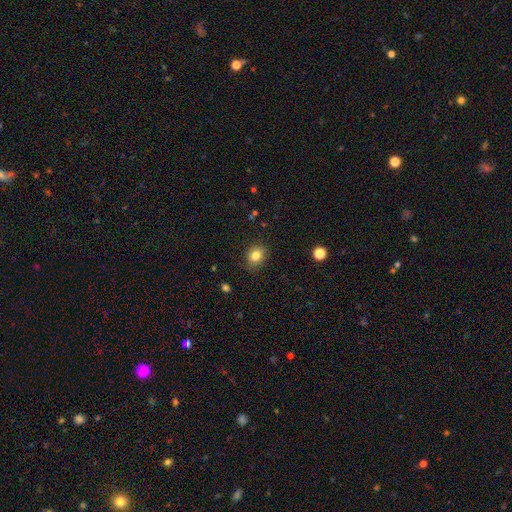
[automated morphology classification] Overall: smooth (82%). How rounded: round (59%; in between 40%). Merging: none (84%).